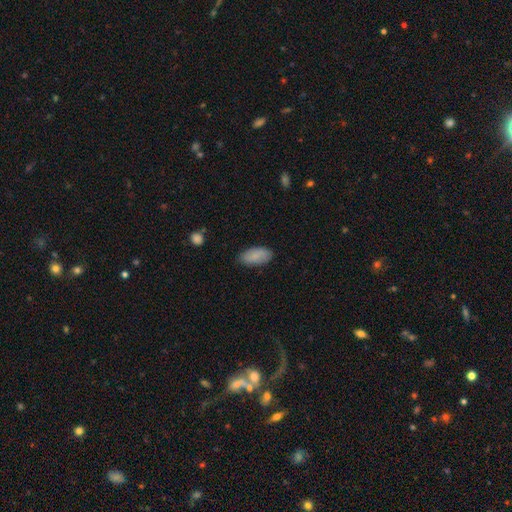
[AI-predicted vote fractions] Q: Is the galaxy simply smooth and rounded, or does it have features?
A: smooth — 86%.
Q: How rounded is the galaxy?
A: in between — 93%.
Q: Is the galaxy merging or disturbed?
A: none — 84%.